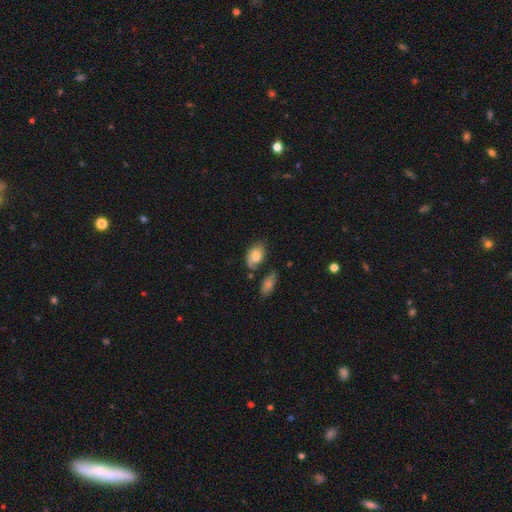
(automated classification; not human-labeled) smooth_or_featured: smooth (p=0.62) [alt: featured or disk p=0.30]
how_rounded: in between (p=0.85) [alt: round p=0.14]
merging: none (p=0.50) [alt: minor disturbance p=0.28]